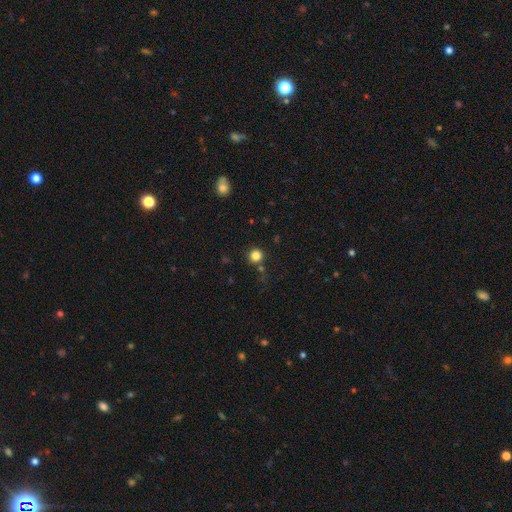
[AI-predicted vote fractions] smooth 83%, star or artifact 13%, featured or disk 5%. Down the decision tree: how rounded — round (95%); merging — none (83%).